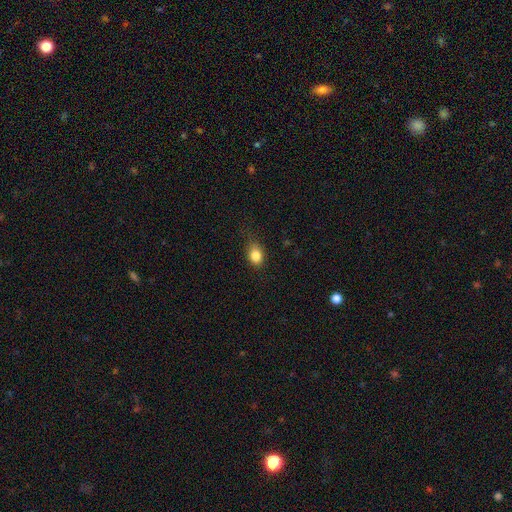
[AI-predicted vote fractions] smooth 83%, star or artifact 10%, featured or disk 7%. Down the decision tree: how rounded — in between (62%); merging — none (73%).